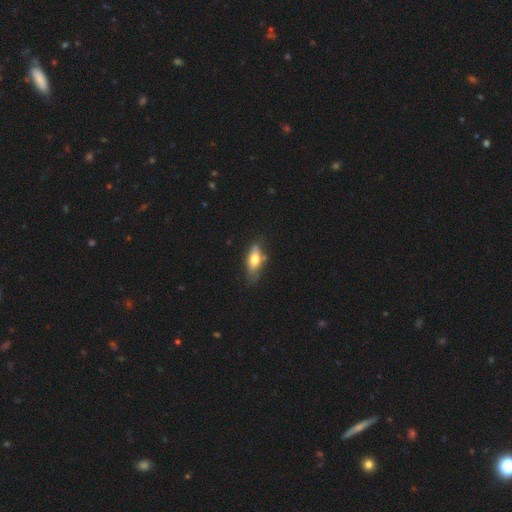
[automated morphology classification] Smooth or featured? smooth (57%)
How rounded? in between (66%)
Merging? none (67%)